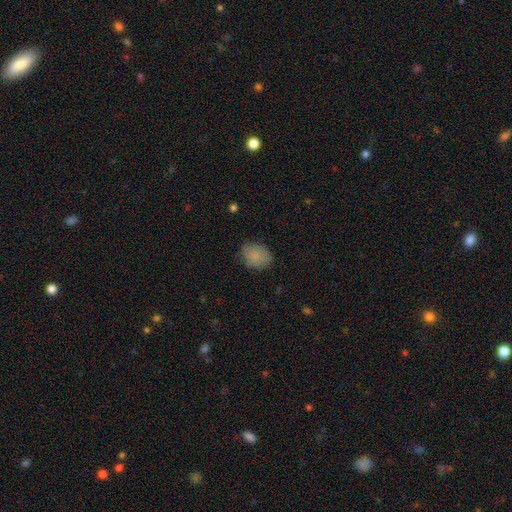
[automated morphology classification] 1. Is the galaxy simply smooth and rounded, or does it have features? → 83% smooth, 9% featured or disk, 8% star or artifact.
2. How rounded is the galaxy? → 63% in between, 36% round, 1% cigar-shaped.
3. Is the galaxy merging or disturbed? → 73% none, 21% minor disturbance, 5% major disturbance, 1% merger.